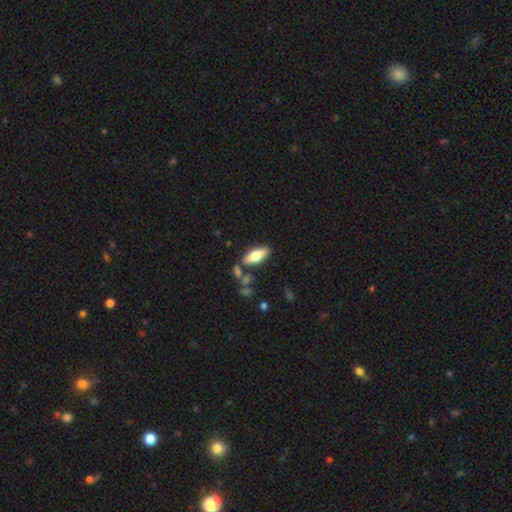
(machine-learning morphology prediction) smooth_or_featured: smooth (p=0.65) [alt: featured or disk p=0.29]
how_rounded: in between (p=0.73) [alt: cigar-shaped p=0.24]
merging: none (p=0.76) [alt: minor disturbance p=0.12]